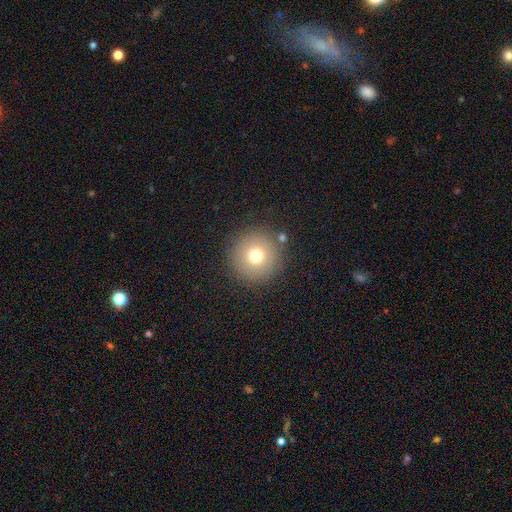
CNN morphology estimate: smooth_or_featured: smooth (p=0.75) [alt: featured or disk p=0.13]
how_rounded: round (p=0.96) [alt: in between p=0.03]
merging: none (p=0.86) [alt: minor disturbance p=0.08]